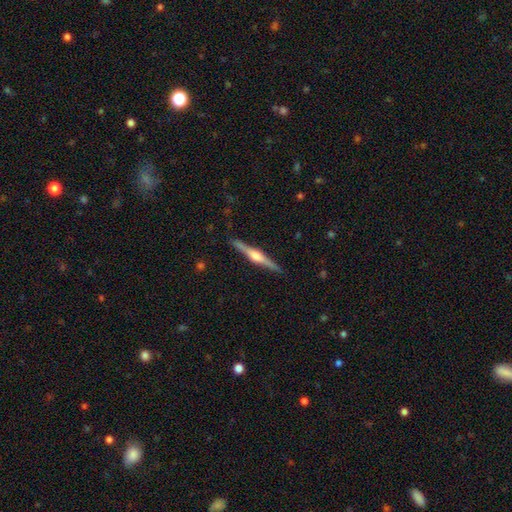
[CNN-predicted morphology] A featured or disk galaxy (80%) viewed edge-on (98%) with a rounded central bulge (86%). Merging: none (90%).